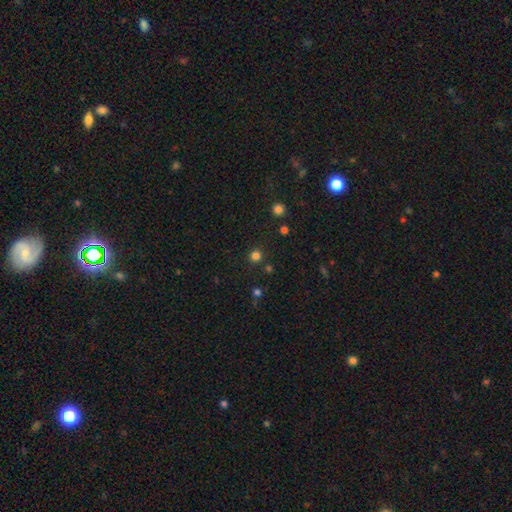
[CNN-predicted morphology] smooth 77%, star or artifact 19%, featured or disk 4%. Down the decision tree: how rounded — round (93%); merging — none (88%).